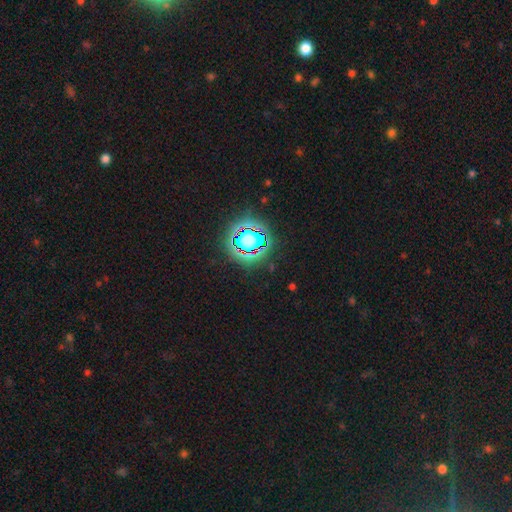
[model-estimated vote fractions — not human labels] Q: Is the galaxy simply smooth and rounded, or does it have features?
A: star or artifact — 84%.